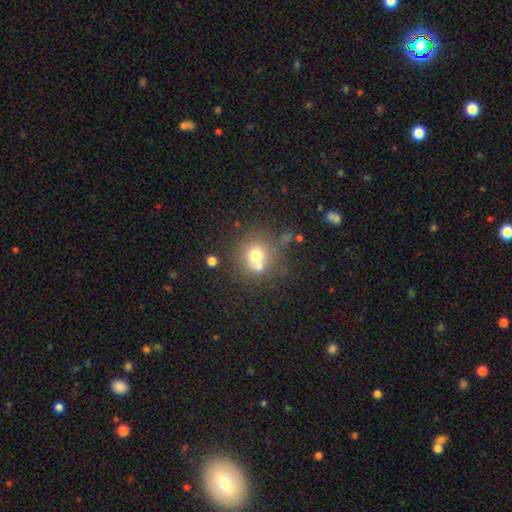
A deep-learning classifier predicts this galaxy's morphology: Smooth or featured: smooth — 68% (featured or disk — 19%)
How rounded: round — 85% (in between — 14%)
Merging: none — 46% (merger — 35%)